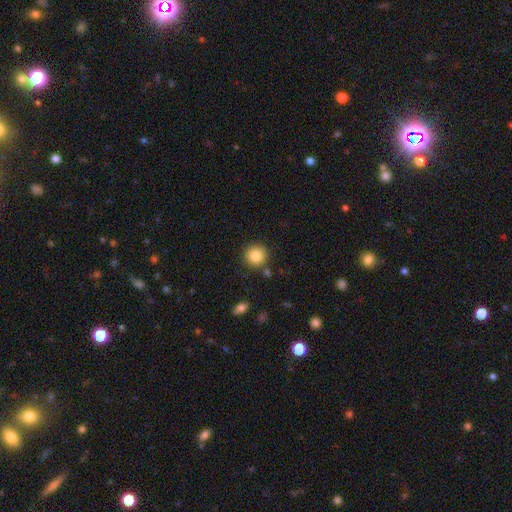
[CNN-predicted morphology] Smooth or featured: smooth — 85% (star or artifact — 9%)
How rounded: round — 93% (in between — 6%)
Merging: none — 85% (minor disturbance — 8%)